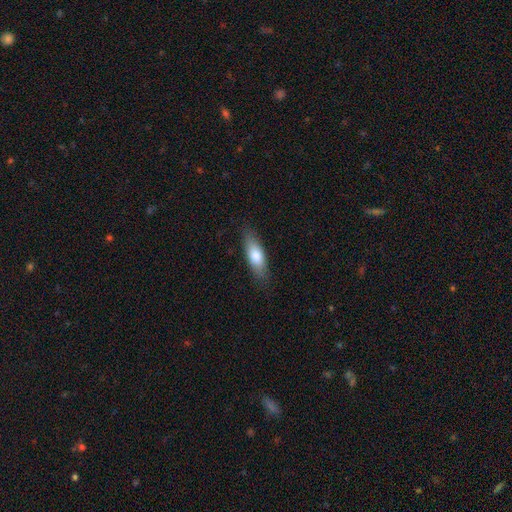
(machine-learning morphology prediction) Overall: smooth (74%). How rounded: in between (62%; cigar-shaped 36%). Merging: none (84%).